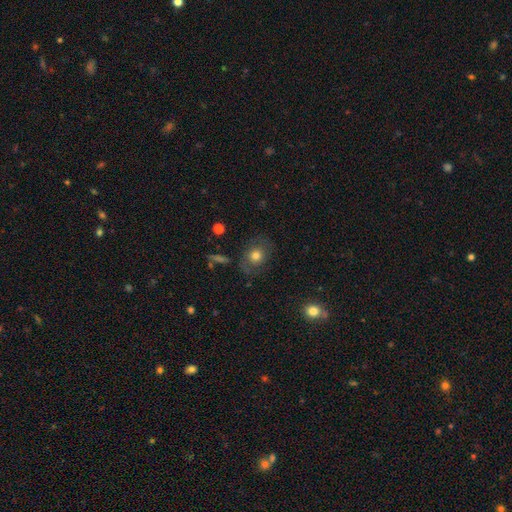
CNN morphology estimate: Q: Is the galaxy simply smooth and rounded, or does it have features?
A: smooth — 65%.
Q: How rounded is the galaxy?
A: round — 59%.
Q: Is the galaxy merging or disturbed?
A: none — 73%.